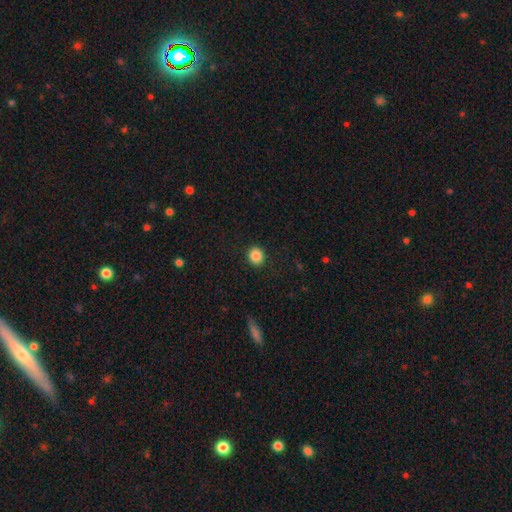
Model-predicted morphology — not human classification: Q: Smooth or featured?
A: smooth (86%); runner-up: star or artifact (10%)
Q: How rounded?
A: round (87%); runner-up: in between (12%)
Q: Merging?
A: none (92%); runner-up: minor disturbance (5%)